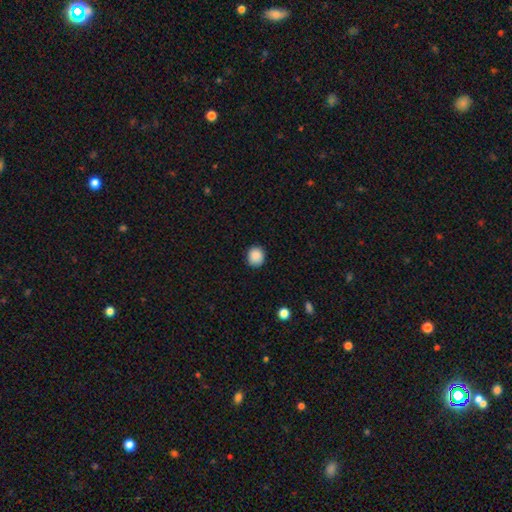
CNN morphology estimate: This appears to be a smooth galaxy with no disk features (89%) that is round (82%). Merging: none (88%).